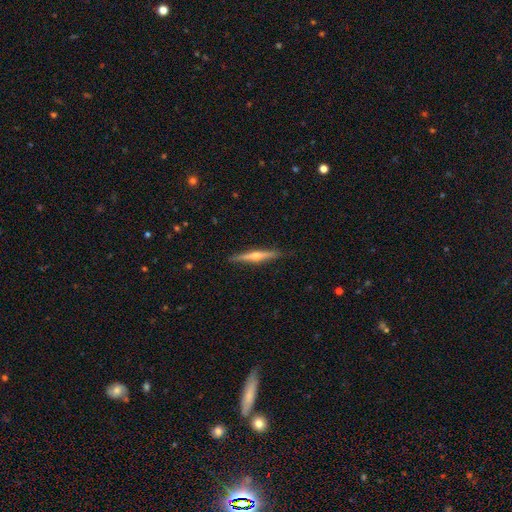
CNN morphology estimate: smooth-or-featured: featured or disk: 72% | smooth: 23% | star or artifact: 6%
  disk-edge-on: yes: 98% | no: 2%
    edge-on-bulge: rounded: 87% | none: 9% | boxy: 4%
  merging: none: 91% | minor disturbance: 7% | major disturbance: 1% | merger: 1%